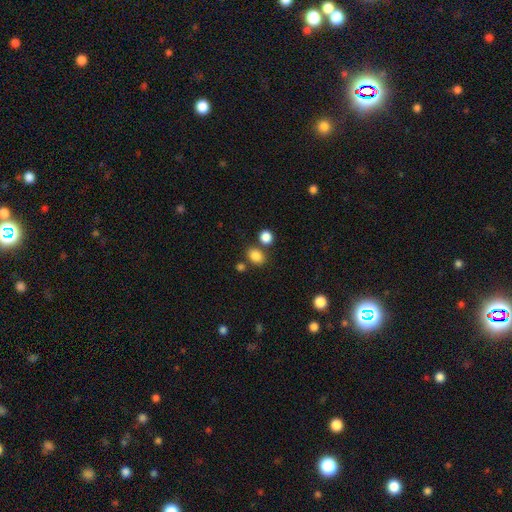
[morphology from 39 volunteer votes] smooth_or_featured: smooth (p=0.92) [alt: star or artifact p=0.05]
how_rounded: in between (p=0.69) [alt: round p=0.31]
merging: none (p=0.78) [alt: minor disturbance p=0.08]